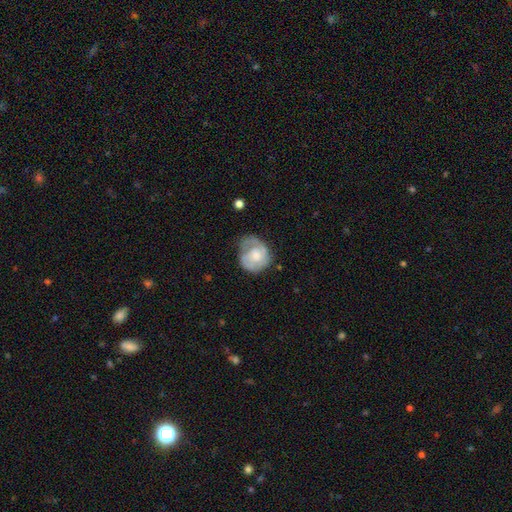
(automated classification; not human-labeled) Q: Smooth or featured?
A: featured or disk (62%); runner-up: smooth (32%)
Q: Edge-on disk?
A: no (98%); runner-up: yes (2%)
Q: Bar?
A: no (71%); runner-up: weak (25%)
Q: Spiral arms?
A: yes (82%); runner-up: no (18%)
Q: Bulge size?
A: moderate (49%); runner-up: small (33%)
Q: Merging?
A: none (49%); runner-up: minor disturbance (30%)